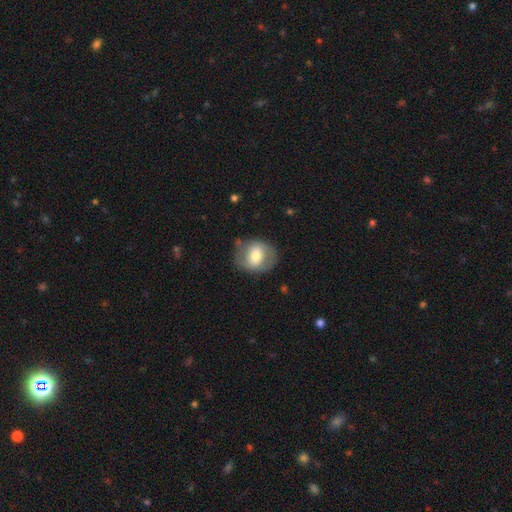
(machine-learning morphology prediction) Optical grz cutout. It shows a smooth galaxy with no disk features (56%) that is round (56%). Merging: none (72%).